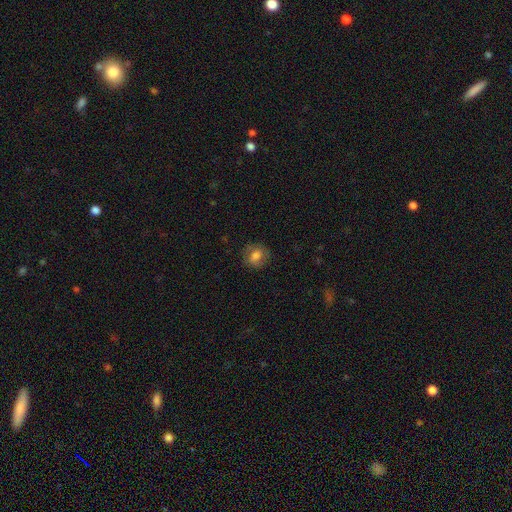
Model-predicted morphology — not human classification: A smooth galaxy with no disk features (70%) that is round (71%).

Vote fractions:
- Smooth or featured? smooth: 70% / featured or disk: 20% / star or artifact: 10%
- How rounded? round: 71% / in between: 28% / cigar-shaped: 1%
- Merging? none: 81% / minor disturbance: 13% / major disturbance: 5% / merger: 1%